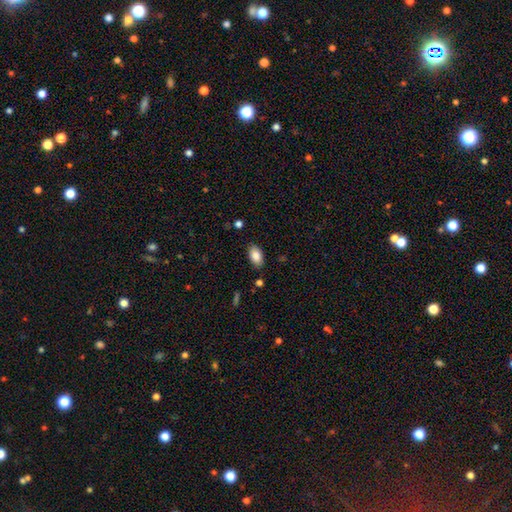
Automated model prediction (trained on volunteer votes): Q: Smooth or featured?
A: smooth (85%); runner-up: featured or disk (7%)
Q: How rounded?
A: in between (93%); runner-up: round (5%)
Q: Merging?
A: none (85%); runner-up: minor disturbance (10%)